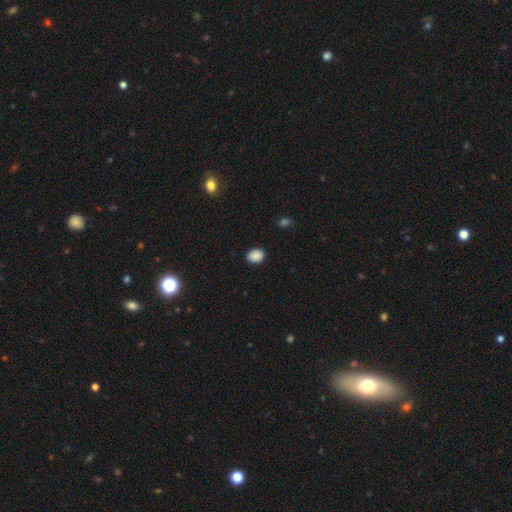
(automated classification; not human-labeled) A smooth galaxy with no disk features (88%) that is in between round and cigar-shaped (50%).

Vote fractions:
- Smooth or featured? smooth: 88% / star or artifact: 9% / featured or disk: 2%
- How rounded? in between: 50% / round: 49% / cigar-shaped: 1%
- Merging? none: 88% / minor disturbance: 9% / major disturbance: 2% / merger: 1%